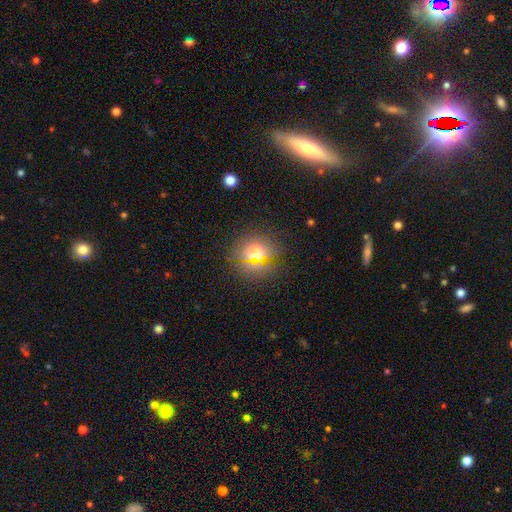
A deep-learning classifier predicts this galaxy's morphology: Smooth or featured?
  - smooth: 60% *
  - star or artifact: 27%
  - featured or disk: 13%
How rounded?
  - round: 84% *
  - in between: 14%
  - cigar-shaped: 2%
Merging?
  - none: 81% *
  - minor disturbance: 10%
  - major disturbance: 5%
  - merger: 4%